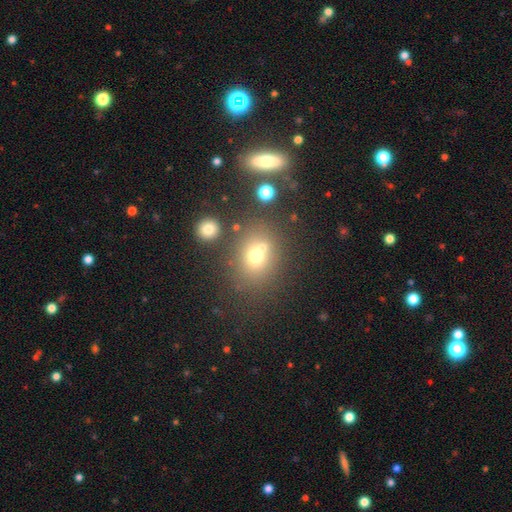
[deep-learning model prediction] A smooth galaxy with no disk features (67%) that is round (63%). Merging: none (57%).